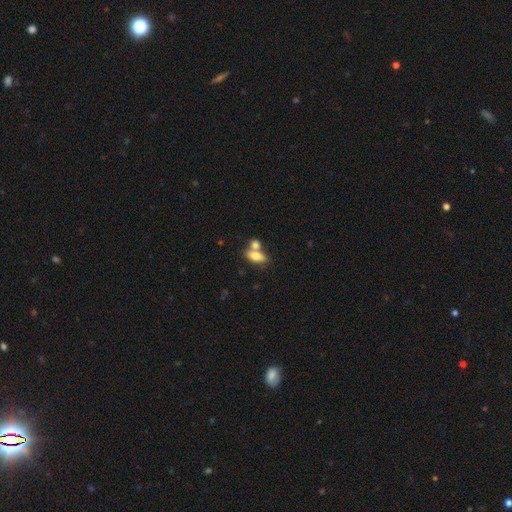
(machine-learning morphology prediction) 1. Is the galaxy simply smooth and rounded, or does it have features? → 75% smooth, 17% featured or disk, 8% star or artifact.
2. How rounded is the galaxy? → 83% in between, 10% cigar-shaped, 7% round.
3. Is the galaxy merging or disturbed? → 45% none, 41% merger, 10% minor disturbance, 4% major disturbance.